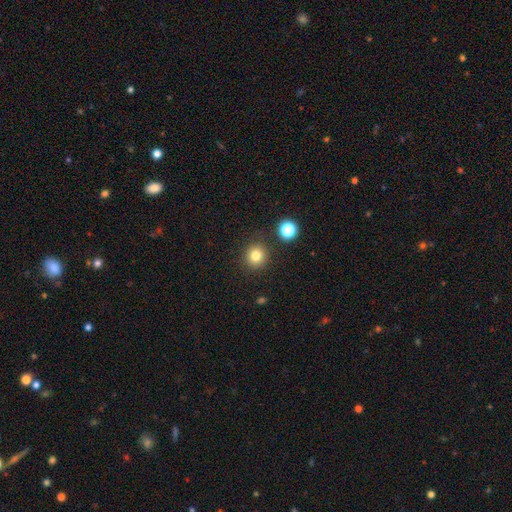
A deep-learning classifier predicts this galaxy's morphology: type=smooth (80%); roundness=round (91%); merging=none (87%).